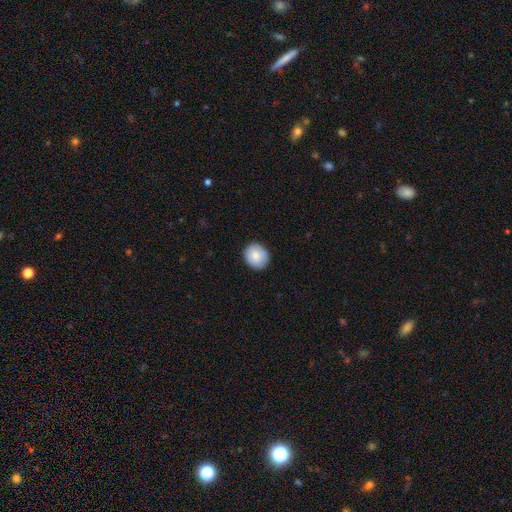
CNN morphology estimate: type=smooth (85%); roundness=round (80%); merging=none (89%).